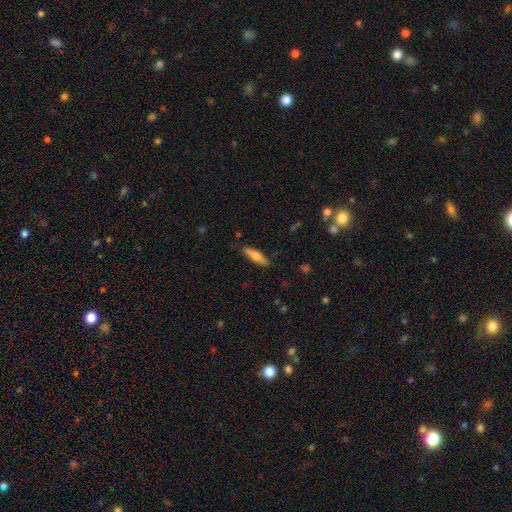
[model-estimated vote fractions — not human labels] Smooth or featured? smooth (61%)
How rounded? cigar-shaped (70%)
Merging? none (84%)